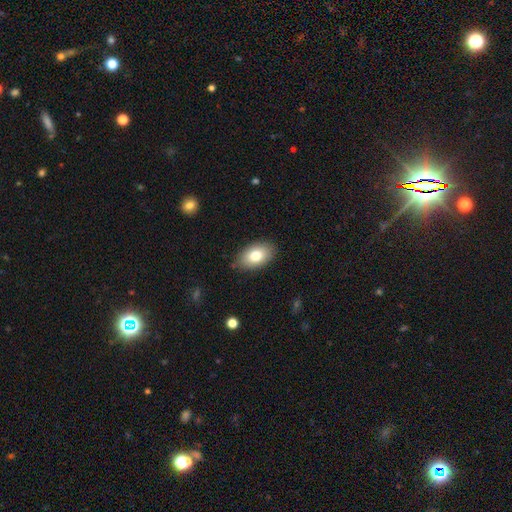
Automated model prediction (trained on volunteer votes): This appears to be a smooth galaxy with no disk features (78%) that is in between round and cigar-shaped (91%). Merging: none (85%).